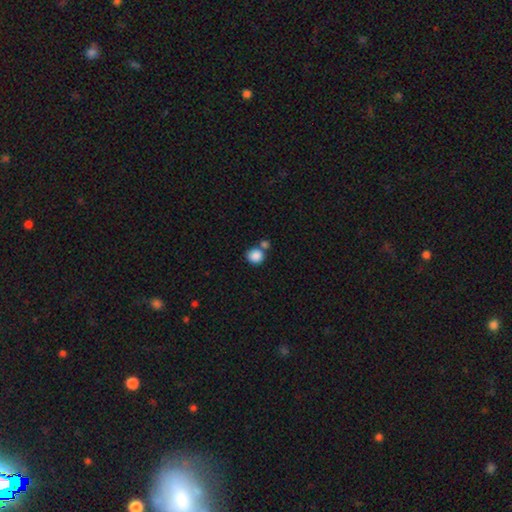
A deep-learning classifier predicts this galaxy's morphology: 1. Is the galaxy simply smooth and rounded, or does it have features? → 87% smooth, 9% star or artifact, 4% featured or disk.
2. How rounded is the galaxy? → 86% round, 13% in between, 1% cigar-shaped.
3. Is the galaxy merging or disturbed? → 60% none, 28% merger, 9% minor disturbance, 3% major disturbance.